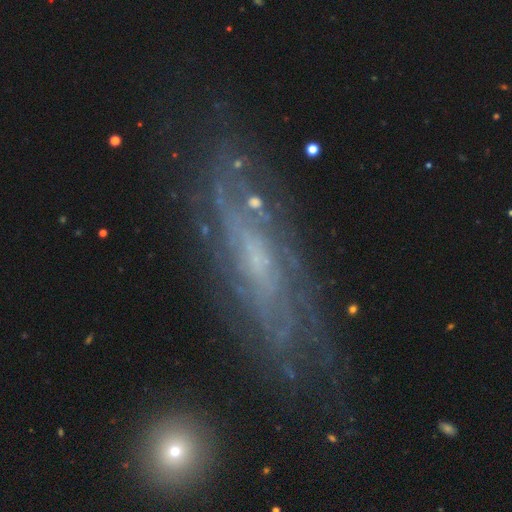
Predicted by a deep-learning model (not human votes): Morphology: type=featured or disk (77%); edge-on=no (62%); merging=none (71%).